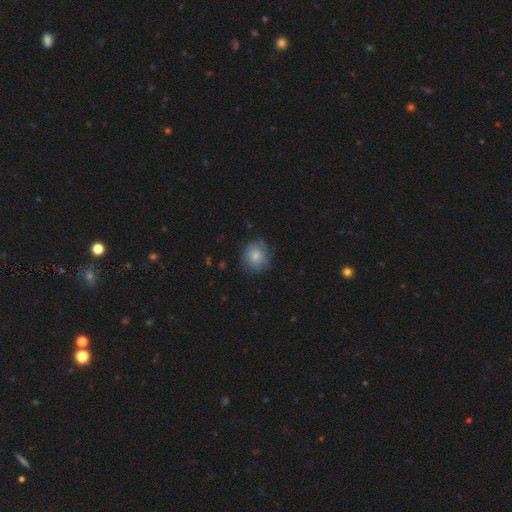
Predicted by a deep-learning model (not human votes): A smooth galaxy with no disk features (69%) that is round (82%).

Vote fractions:
- Smooth or featured? smooth: 69% / featured or disk: 22% / star or artifact: 9%
- How rounded? round: 82% / in between: 17% / cigar-shaped: 1%
- Merging? none: 75% / minor disturbance: 18% / major disturbance: 6% / merger: 1%